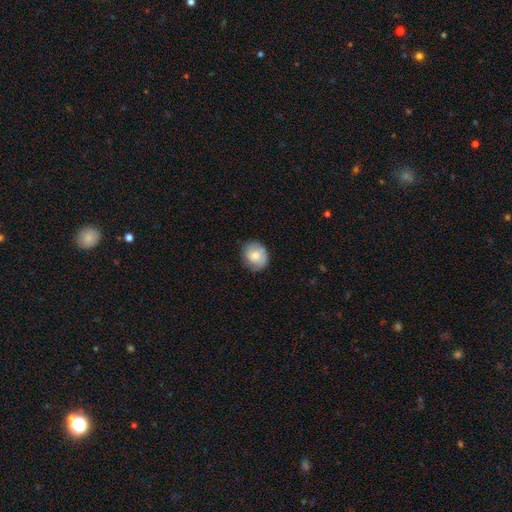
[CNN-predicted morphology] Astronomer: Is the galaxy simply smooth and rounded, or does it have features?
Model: smooth — 73%.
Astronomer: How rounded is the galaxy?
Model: round — 68%.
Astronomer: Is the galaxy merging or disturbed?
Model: none — 73%.